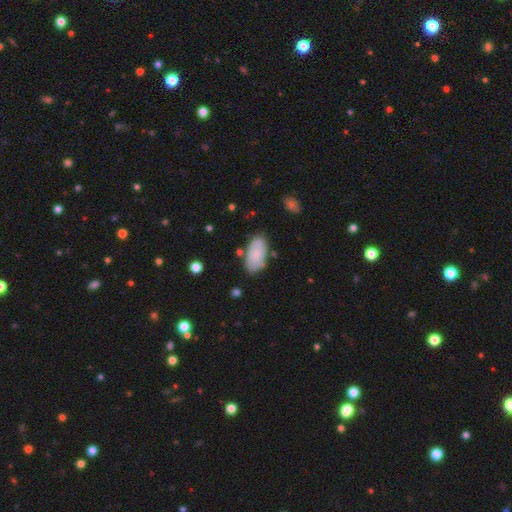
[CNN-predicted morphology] smooth 73%, featured or disk 20%, star or artifact 7%. Down the decision tree: how rounded — in between (94%); merging — none (75%).